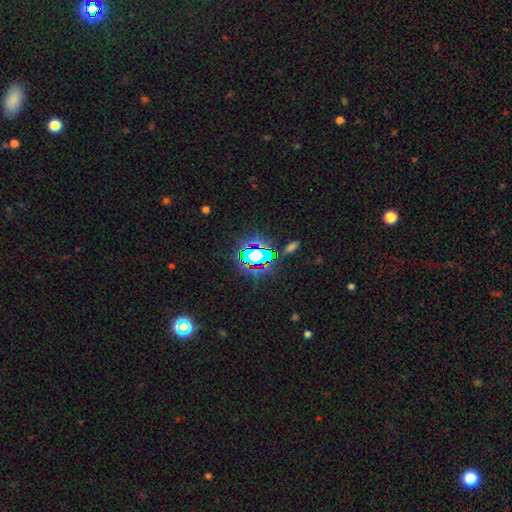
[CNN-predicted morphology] type=star or artifact (67%).